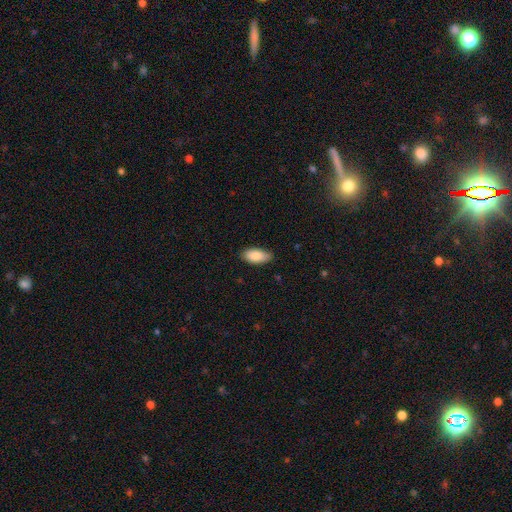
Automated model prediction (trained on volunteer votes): A smooth galaxy with no disk features (87%) that is in between round and cigar-shaped (92%).

Vote fractions:
- Smooth or featured? smooth: 87% / featured or disk: 7% / star or artifact: 6%
- How rounded? in between: 92% / cigar-shaped: 6% / round: 2%
- Merging? none: 83% / minor disturbance: 14% / major disturbance: 2% / merger: 1%